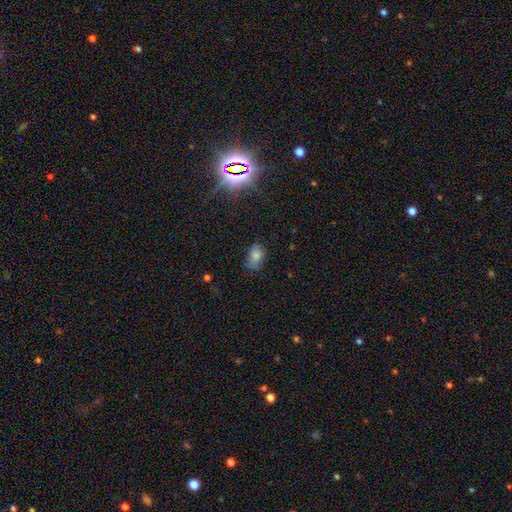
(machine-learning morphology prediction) The model was most divided on "merging": none: 61%, minor disturbance: 29%, major disturbance: 8%, merger: 2%. More confident: how rounded — in between (83%); smooth or featured — smooth (74%).